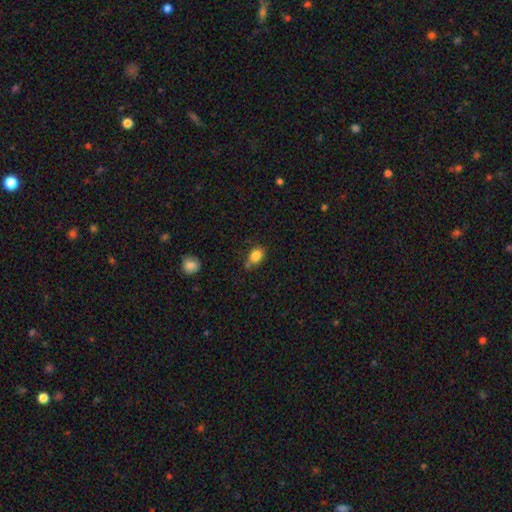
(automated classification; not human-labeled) This is clearly a smooth galaxy (85%). How rounded: likely in between (63%). Merging: likely none (63%).